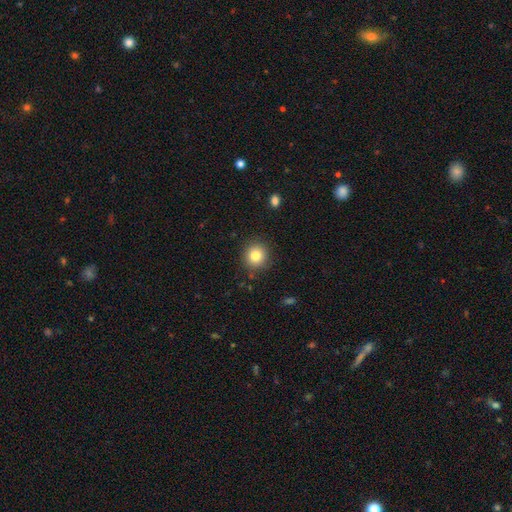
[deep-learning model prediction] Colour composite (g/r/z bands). It shows a smooth galaxy with no disk features (82%) that is round (90%). Merging: none (89%).